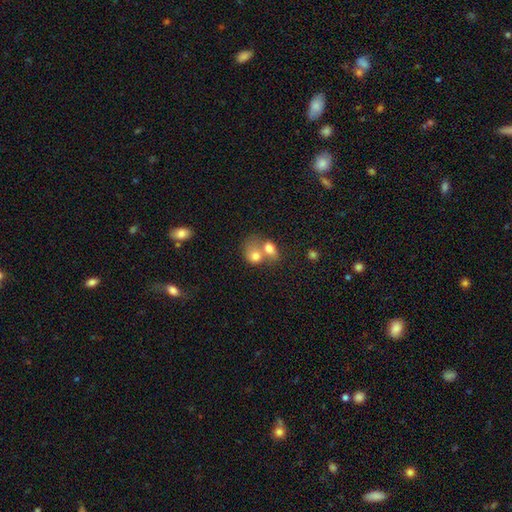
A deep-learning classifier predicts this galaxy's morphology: Smooth or featured?
  - smooth: 73% *
  - featured or disk: 17%
  - star or artifact: 9%
How rounded?
  - round: 51% *
  - in between: 48%
  - cigar-shaped: 1%
Merging?
  - merger: 73% *
  - none: 16%
  - minor disturbance: 6%
  - major disturbance: 5%